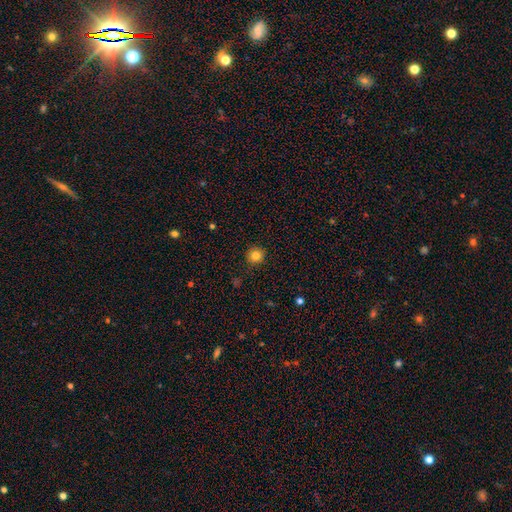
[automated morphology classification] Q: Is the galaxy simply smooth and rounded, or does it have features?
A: smooth — 83%.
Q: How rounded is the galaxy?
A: round — 94%.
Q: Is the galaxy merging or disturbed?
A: none — 91%.